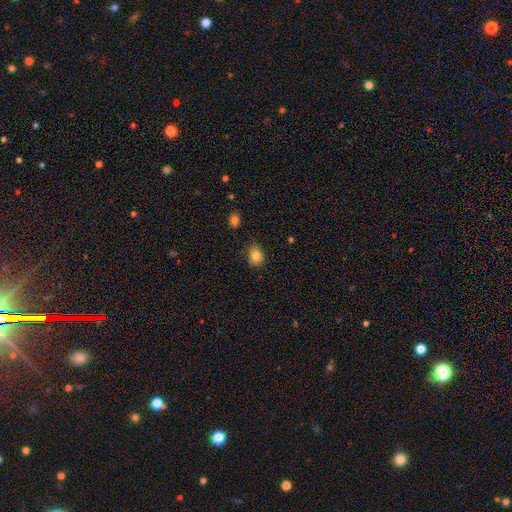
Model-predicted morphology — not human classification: Smooth or featured? smooth (83%)
How rounded? in between (56%)
Merging? none (76%)